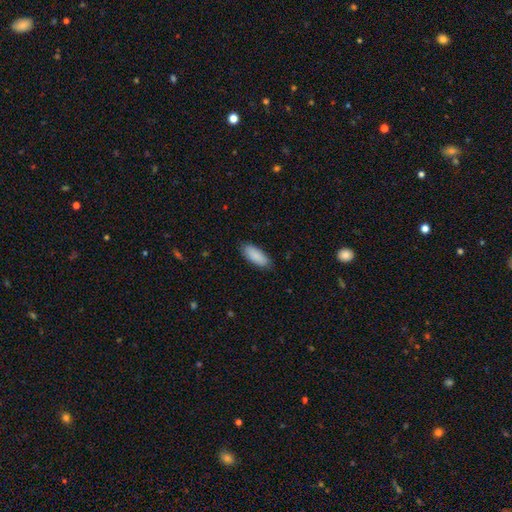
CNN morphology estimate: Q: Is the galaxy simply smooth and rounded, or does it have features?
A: smooth — 89%.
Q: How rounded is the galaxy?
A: in between — 81%.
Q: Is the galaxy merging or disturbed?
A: none — 83%.